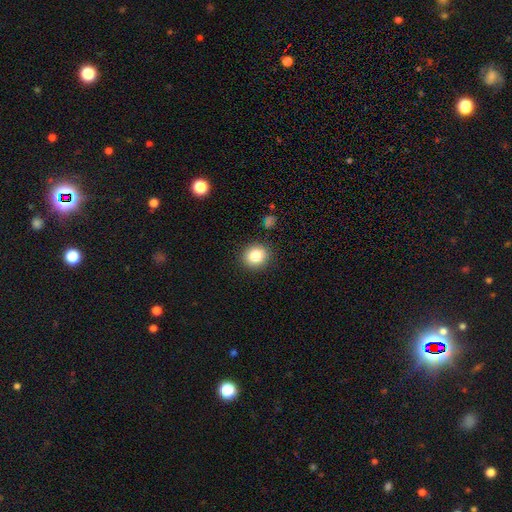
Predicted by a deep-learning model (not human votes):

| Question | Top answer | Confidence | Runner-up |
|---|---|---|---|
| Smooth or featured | smooth | 82% | star or artifact (10%) |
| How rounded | round | 85% | in between (14%) |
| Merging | none | 89% | minor disturbance (7%) |